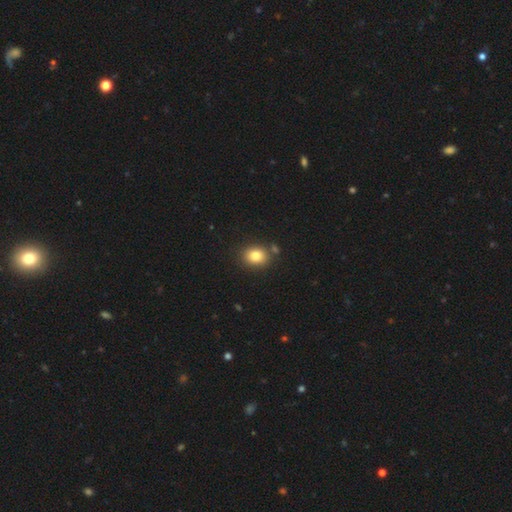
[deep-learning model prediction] The model was most divided on "how rounded": in between: 51%, round: 48%, cigar-shaped: 1%. More confident: smooth or featured — smooth (83%); merging — none (79%).